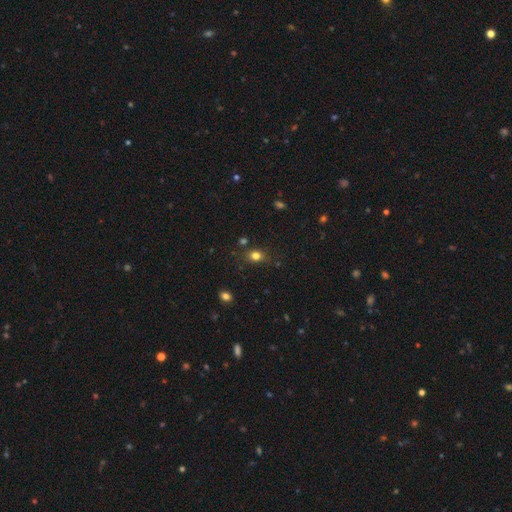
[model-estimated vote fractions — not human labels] smooth_or_featured: smooth (p=0.78) [alt: star or artifact p=0.15]
how_rounded: round (p=0.53) [alt: in between p=0.46]
merging: none (p=0.78) [alt: minor disturbance p=0.15]